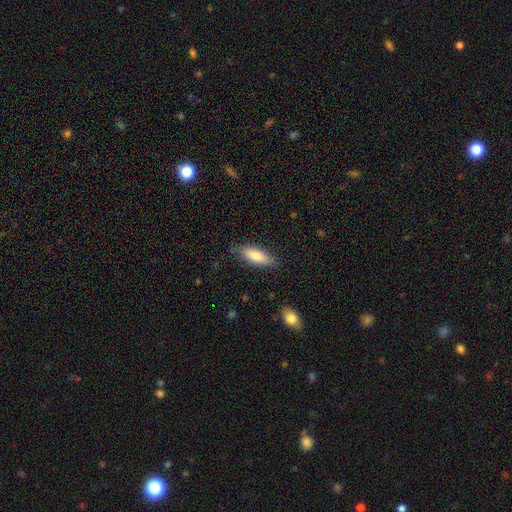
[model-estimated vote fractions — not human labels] Overall: smooth (80%). How rounded: in between (61%; cigar-shaped 38%). Merging: none (80%).